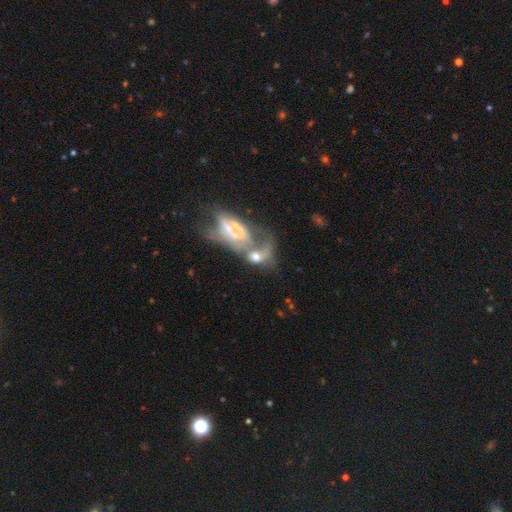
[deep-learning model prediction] smooth_or_featured: featured or disk (p=0.60) [alt: smooth p=0.27]
disk_edge_on: no (p=0.91) [alt: yes p=0.09]
bar: no (p=0.74) [alt: weak p=0.19]
has_spiral_arms: no (p=0.53) [alt: yes p=0.47]
bulge_size: small (p=0.41) [alt: moderate p=0.26]
merging: merger (p=0.58) [alt: major disturbance p=0.19]